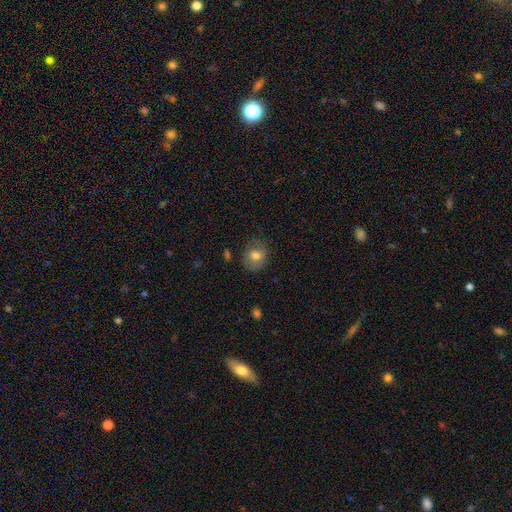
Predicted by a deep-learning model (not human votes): The model was most divided on "how rounded": round: 63%, in between: 36%, cigar-shaped: 1%. More confident: merging — none (76%); smooth or featured — smooth (74%).